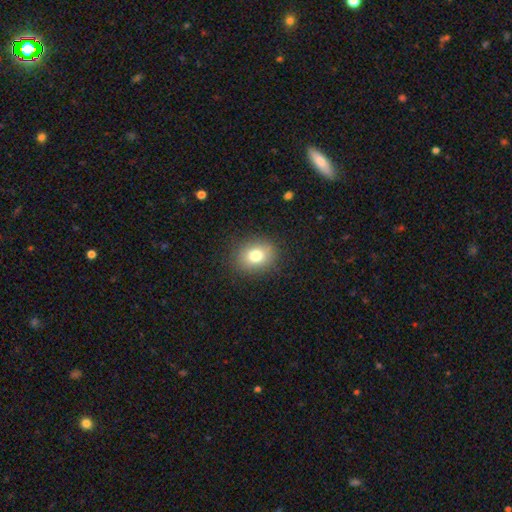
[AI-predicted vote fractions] A smooth galaxy with no disk features (79%) that is round (57%).

Vote fractions:
- Smooth or featured? smooth: 79% / star or artifact: 11% / featured or disk: 10%
- How rounded? round: 57% / in between: 42% / cigar-shaped: 1%
- Merging? none: 87% / minor disturbance: 9% / major disturbance: 3% / merger: 1%